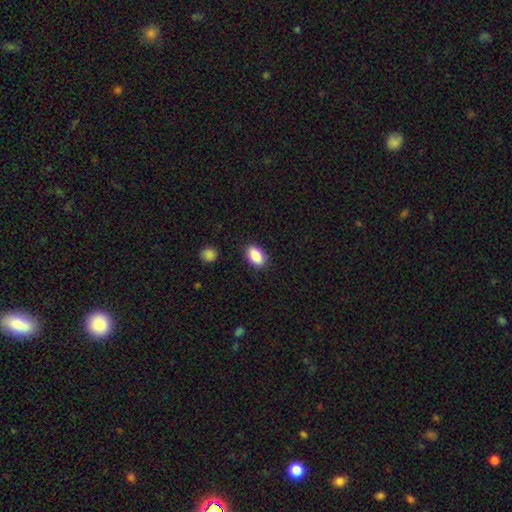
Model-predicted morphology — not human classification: The model was most divided on "merging": none: 88%, minor disturbance: 9%, major disturbance: 2%, merger: 1%. More confident: how rounded — in between (91%); smooth or featured — smooth (88%).